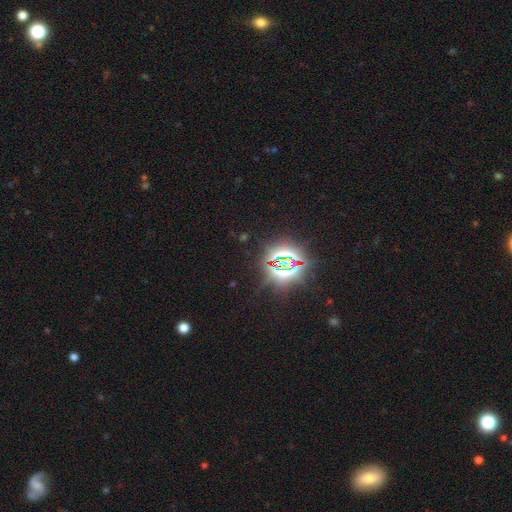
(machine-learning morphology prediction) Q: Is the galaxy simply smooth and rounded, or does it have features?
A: star or artifact — 81%.